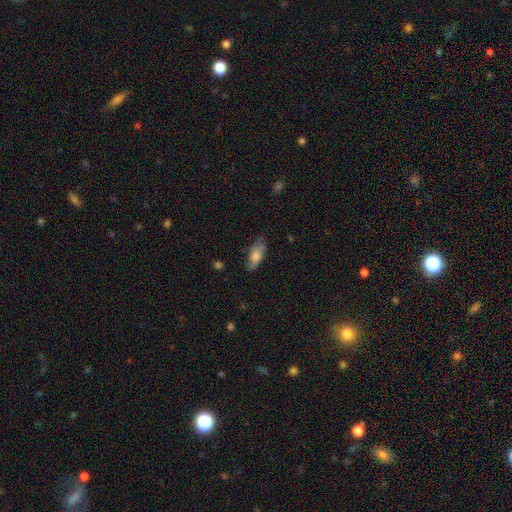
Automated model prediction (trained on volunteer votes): smooth-or-featured: smooth: 69% | featured or disk: 23% | star or artifact: 7%
  how-rounded: in between: 75% | cigar-shaped: 23% | round: 3%
  merging: none: 64% | minor disturbance: 26% | major disturbance: 8% | merger: 2%